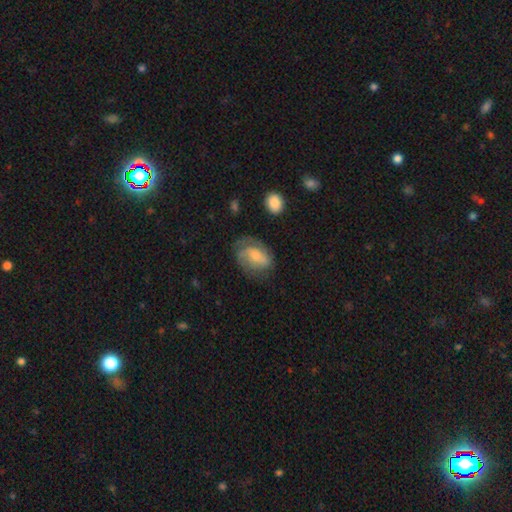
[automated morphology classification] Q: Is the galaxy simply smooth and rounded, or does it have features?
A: featured or disk — 54%.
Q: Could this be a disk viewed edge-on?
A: no — 97%.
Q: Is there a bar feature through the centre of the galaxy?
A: no — 51%.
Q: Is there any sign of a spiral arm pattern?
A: yes — 83%.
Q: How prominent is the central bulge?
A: small — 59%.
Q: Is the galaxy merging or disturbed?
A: none — 54%.